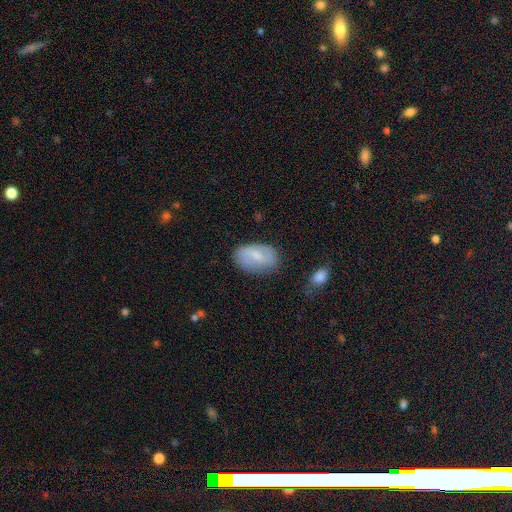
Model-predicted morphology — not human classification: This appears to be a smooth galaxy with no disk features (58%) that is in between round and cigar-shaped (90%). Merging: none (73%).